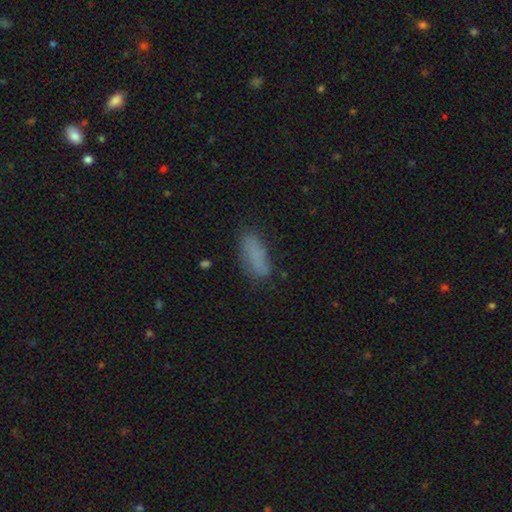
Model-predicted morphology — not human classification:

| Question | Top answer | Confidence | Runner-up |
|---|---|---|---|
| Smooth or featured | smooth | 81% | featured or disk (10%) |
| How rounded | in between | 63% | cigar-shaped (35%) |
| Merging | none | 76% | minor disturbance (17%) |